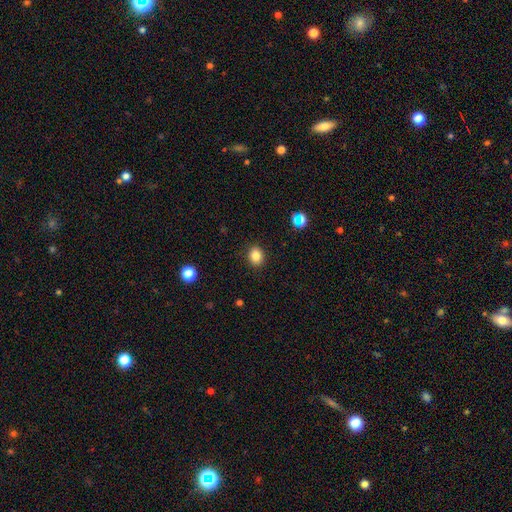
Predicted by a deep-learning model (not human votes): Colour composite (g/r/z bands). It shows a smooth galaxy with no disk features (84%) that is round (55%). Merging: none (89%).